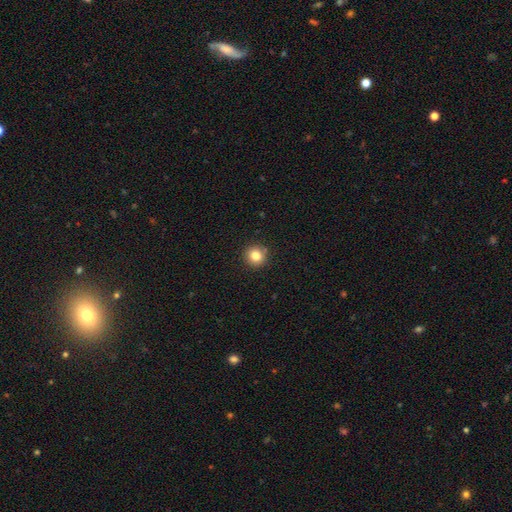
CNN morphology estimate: Smooth or featured?
  - smooth: 82% *
  - star or artifact: 12%
  - featured or disk: 7%
How rounded?
  - round: 94% *
  - in between: 5%
  - cigar-shaped: 1%
Merging?
  - none: 90% *
  - minor disturbance: 6%
  - major disturbance: 2%
  - merger: 2%